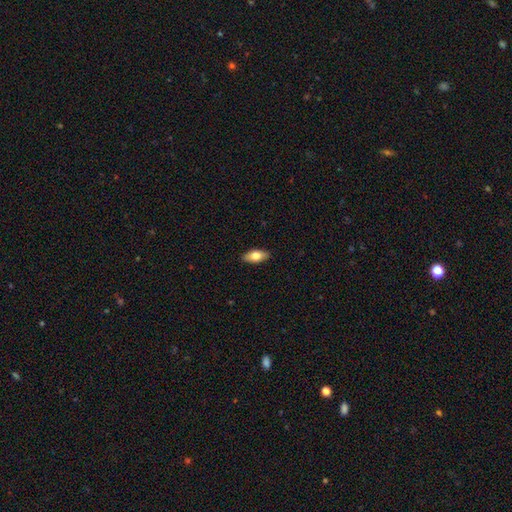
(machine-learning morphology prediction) This appears to be a smooth galaxy with no disk features (74%) that is in between round and cigar-shaped (88%). Merging: none (89%).